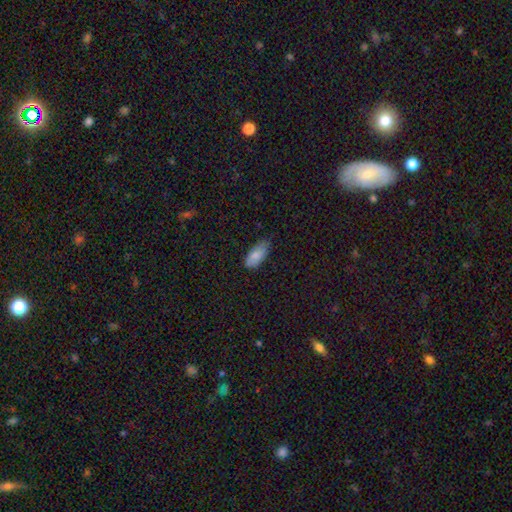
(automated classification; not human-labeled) smooth-or-featured: smooth: 85% | featured or disk: 8% | star or artifact: 7%
  how-rounded: in between: 88% | cigar-shaped: 10% | round: 2%
  merging: none: 64% | minor disturbance: 31% | major disturbance: 4% | merger: 1%